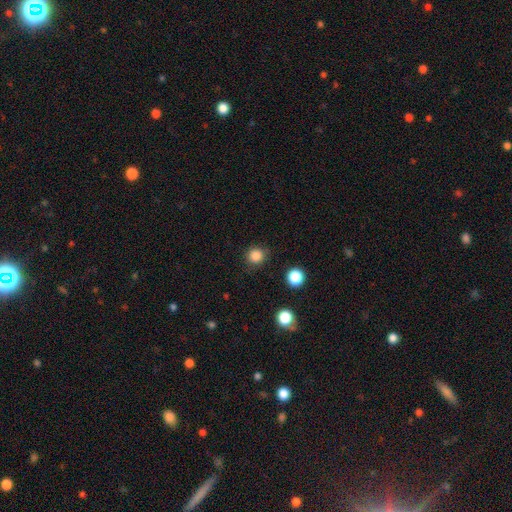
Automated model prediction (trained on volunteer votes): smooth_or_featured: smooth (p=0.84) [alt: star or artifact p=0.12]
how_rounded: round (p=0.91) [alt: in between p=0.08]
merging: none (p=0.86) [alt: minor disturbance p=0.09]